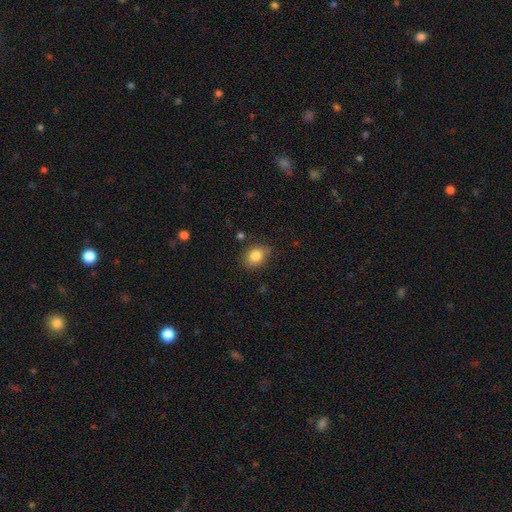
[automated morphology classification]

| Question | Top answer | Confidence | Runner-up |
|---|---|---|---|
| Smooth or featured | smooth | 84% | star or artifact (9%) |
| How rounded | in between | 54% | round (45%) |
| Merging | none | 75% | minor disturbance (18%) |